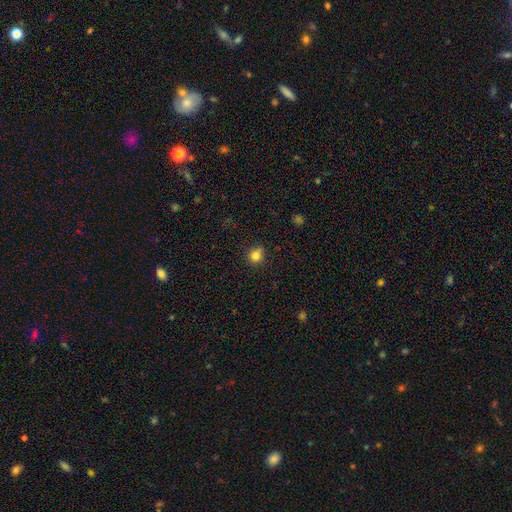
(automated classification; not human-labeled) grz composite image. It shows a smooth galaxy with no disk features (83%) that is round (86%). Merging: none (87%).